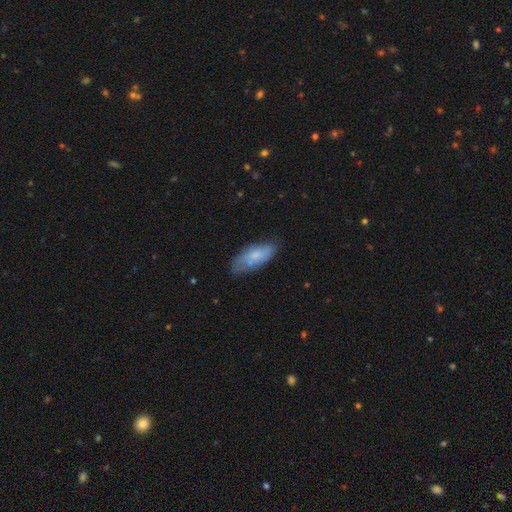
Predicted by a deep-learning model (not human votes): Smooth or featured?
  - smooth: 65% *
  - featured or disk: 28%
  - star or artifact: 7%
How rounded?
  - in between: 78% *
  - cigar-shaped: 20%
  - round: 2%
Merging?
  - none: 66% *
  - minor disturbance: 26%
  - major disturbance: 6%
  - merger: 3%